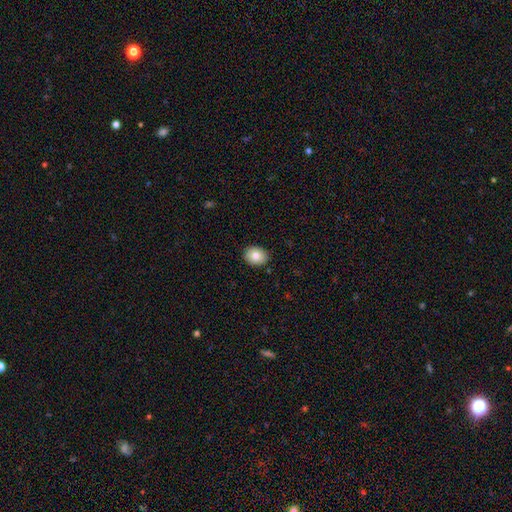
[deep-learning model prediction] A smooth galaxy with no disk features (81%) that is round (51%).

Vote fractions:
- Smooth or featured? smooth: 81% / featured or disk: 11% / star or artifact: 8%
- How rounded? round: 51% / in between: 48% / cigar-shaped: 1%
- Merging? none: 89% / minor disturbance: 8% / major disturbance: 2% / merger: 1%